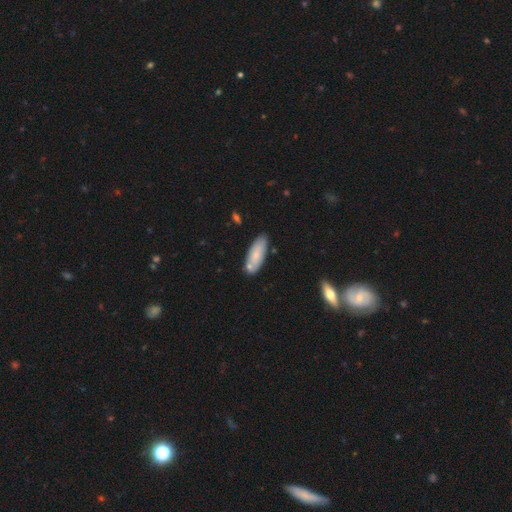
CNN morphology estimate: smooth 75%, featured or disk 19%, star or artifact 6%. Down the decision tree: how rounded — in between (68%); merging — none (74%).